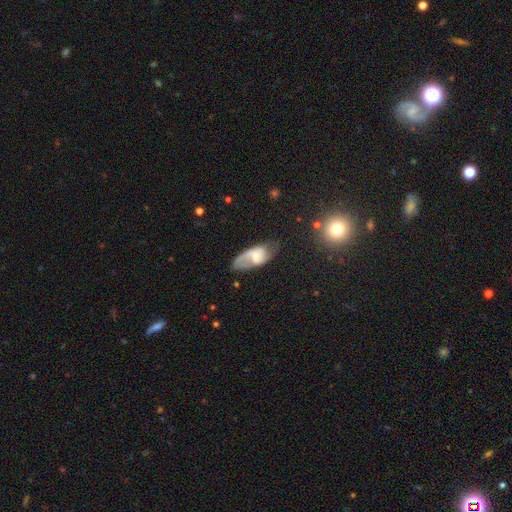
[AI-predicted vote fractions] featured or disk 60%, smooth 32%, star or artifact 8%. Down the decision tree: edge-on disk — no (93%); bar — weak (46%); spiral arms — yes (85%); bulge size — small (35%); merging — none (54%).